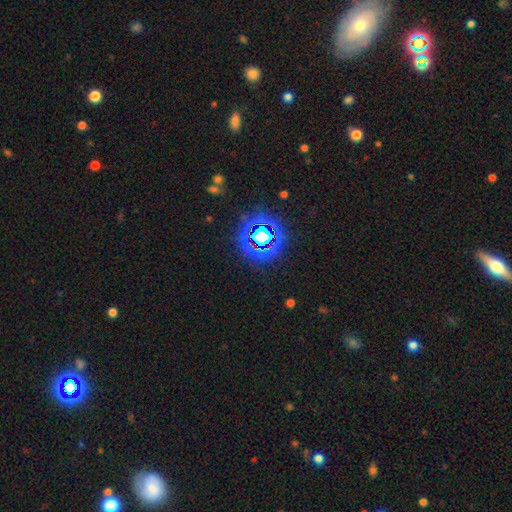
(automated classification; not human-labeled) A star or artifact, not a galaxy (74%).

Vote fractions:
- Smooth or featured? star or artifact: 74% / smooth: 17% / featured or disk: 9%